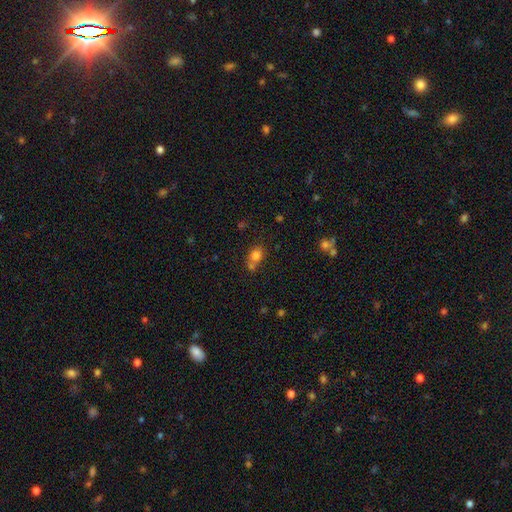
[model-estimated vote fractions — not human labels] Morphology: type=smooth (78%); roundness=round (58%); merging=none (46%).